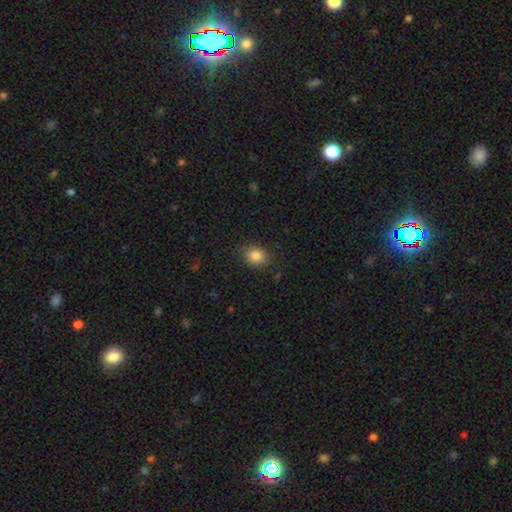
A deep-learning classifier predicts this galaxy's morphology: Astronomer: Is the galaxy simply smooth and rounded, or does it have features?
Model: smooth — 86%.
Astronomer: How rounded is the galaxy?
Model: round — 61% (runner-up: in between, 38%).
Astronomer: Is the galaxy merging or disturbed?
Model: none — 87%.